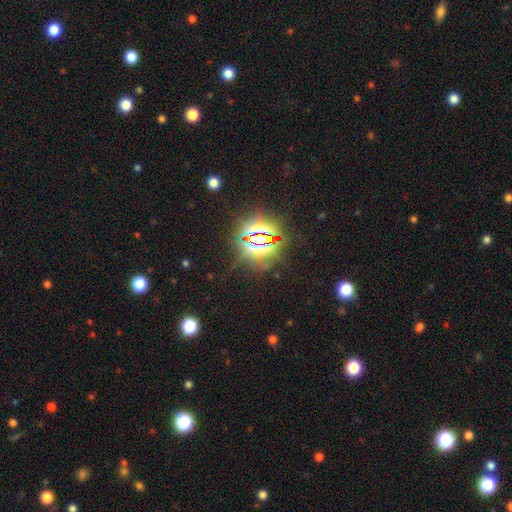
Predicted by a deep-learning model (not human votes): Q: Smooth or featured?
A: star or artifact (79%); runner-up: smooth (12%)